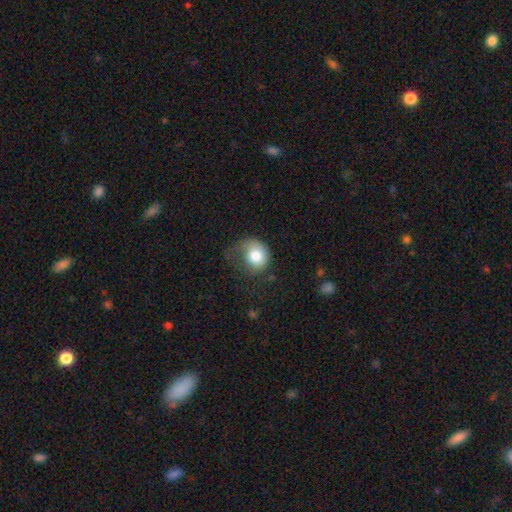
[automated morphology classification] Q: Smooth or featured?
A: smooth (76%); runner-up: featured or disk (16%)
Q: How rounded?
A: round (68%); runner-up: in between (31%)
Q: Merging?
A: major disturbance (36%); runner-up: none (31%)